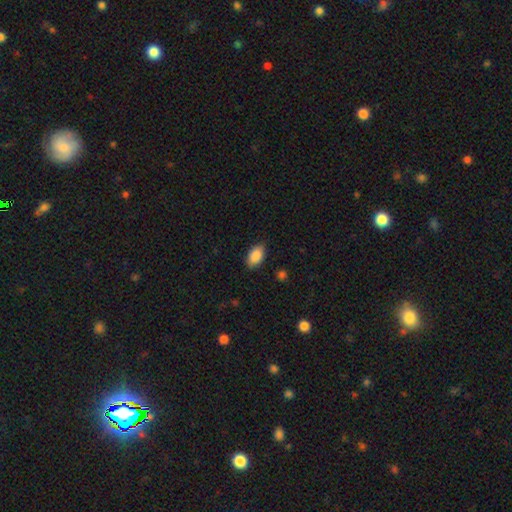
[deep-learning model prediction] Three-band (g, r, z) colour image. It shows a smooth galaxy with no disk features (88%) that is in between round and cigar-shaped (92%). Merging: none (84%).